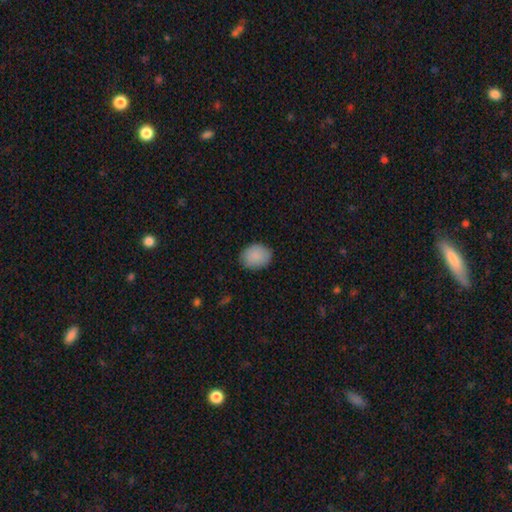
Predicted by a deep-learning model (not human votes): Smooth or featured? smooth (89%)
How rounded? in between (60%)
Merging? none (84%)